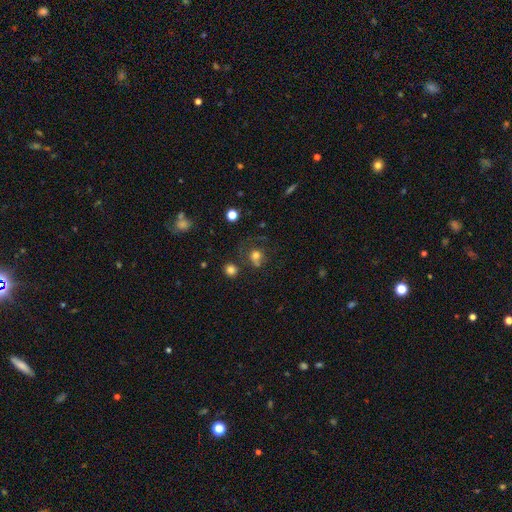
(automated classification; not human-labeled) smooth-or-featured: smooth: 68% | featured or disk: 17% | star or artifact: 15%
  how-rounded: round: 77% | in between: 22% | cigar-shaped: 1%
  merging: none: 47% | major disturbance: 21% | minor disturbance: 18% | merger: 14%